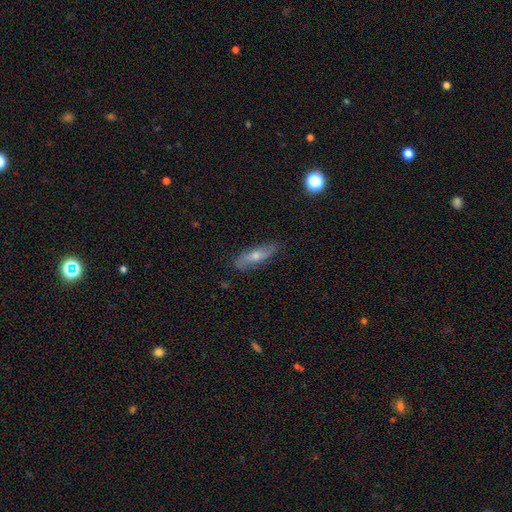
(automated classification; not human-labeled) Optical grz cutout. It shows a featured or disk galaxy (48%). Merging: none (81%).